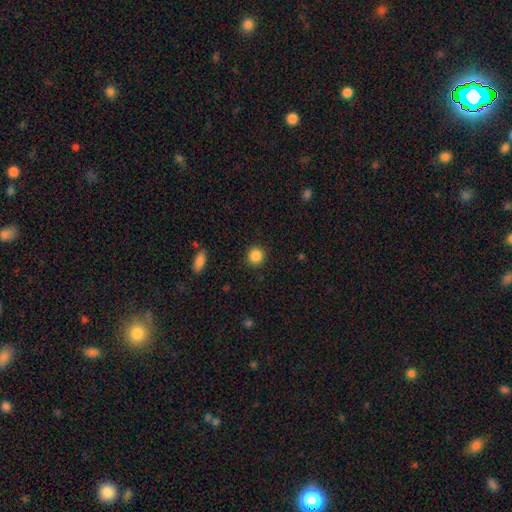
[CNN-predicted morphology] Smooth or featured: smooth — 87% (star or artifact — 10%)
How rounded: round — 92% (in between — 7%)
Merging: none — 90% (minor disturbance — 6%)